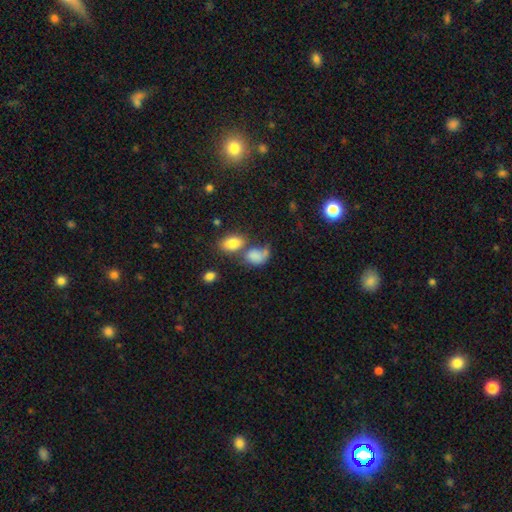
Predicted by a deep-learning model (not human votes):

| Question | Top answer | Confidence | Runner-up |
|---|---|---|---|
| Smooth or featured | smooth | 78% | featured or disk (12%) |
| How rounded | in between | 74% | round (24%) |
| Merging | merger | 35% | none (31%) |